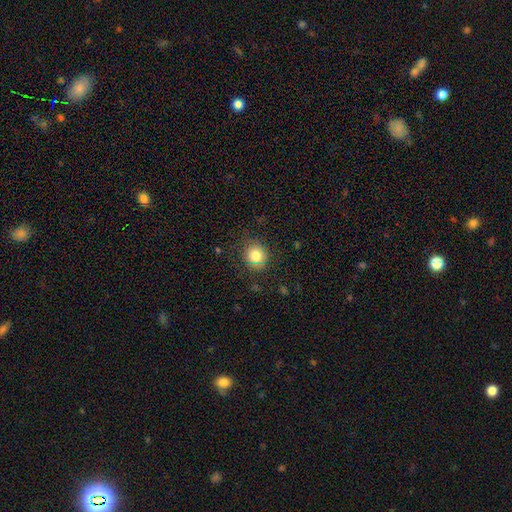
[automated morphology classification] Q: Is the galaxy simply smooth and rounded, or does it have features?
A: smooth — 81%.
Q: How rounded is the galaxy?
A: round — 85%.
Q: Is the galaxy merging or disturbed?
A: none — 83%.